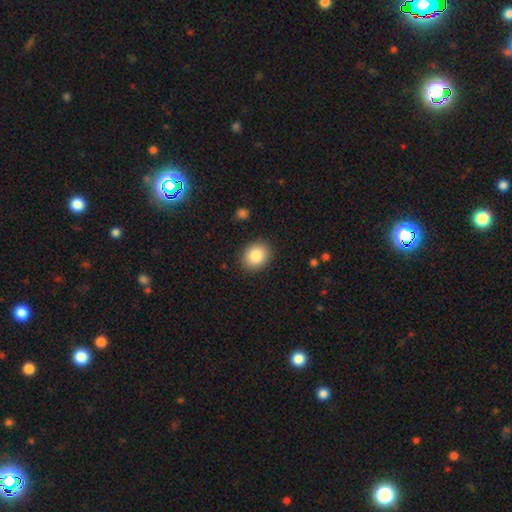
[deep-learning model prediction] Morphology: type=smooth (85%); roundness=round (60%); merging=none (89%).